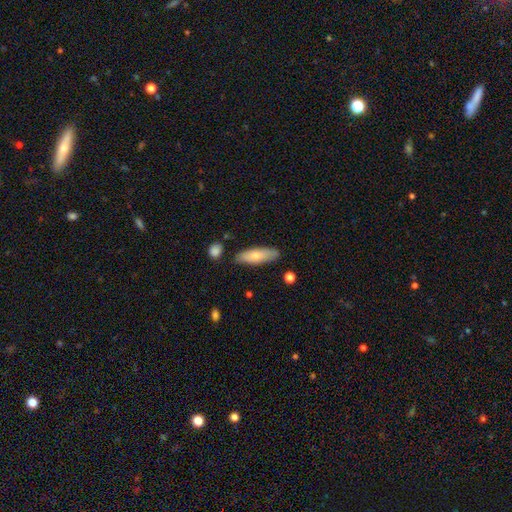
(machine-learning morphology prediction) Smooth or featured? Predicted: smooth (p=0.74). How rounded? Predicted: in between (p=0.51). Merging? Predicted: none (p=0.82).